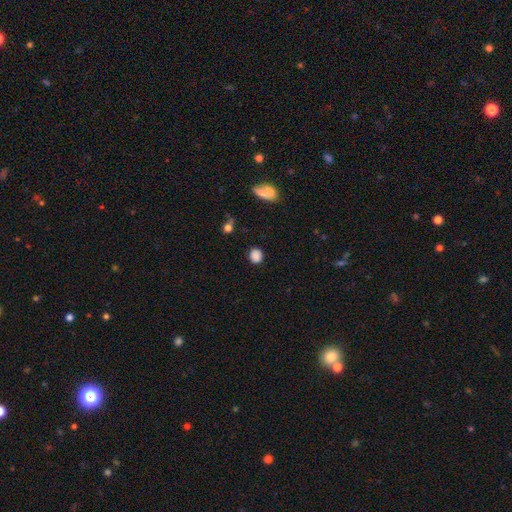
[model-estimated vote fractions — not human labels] smooth-or-featured: smooth: 85% | star or artifact: 11% | featured or disk: 4%
  how-rounded: round: 70% | in between: 28% | cigar-shaped: 1%
  merging: none: 86% | minor disturbance: 9% | major disturbance: 3% | merger: 2%